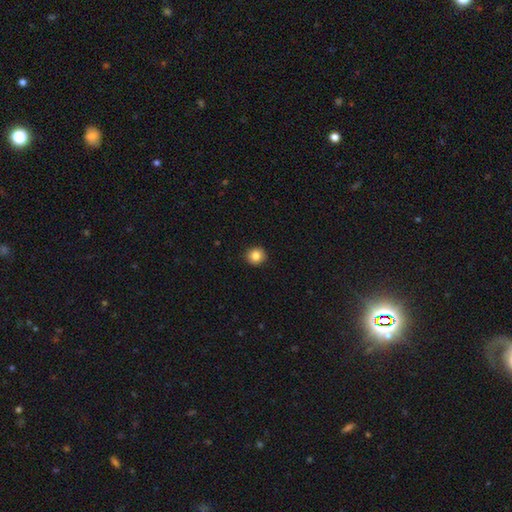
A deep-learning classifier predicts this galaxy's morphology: Smooth or featured: smooth — 85% (star or artifact — 10%)
How rounded: round — 89% (in between — 10%)
Merging: none — 92% (minor disturbance — 6%)